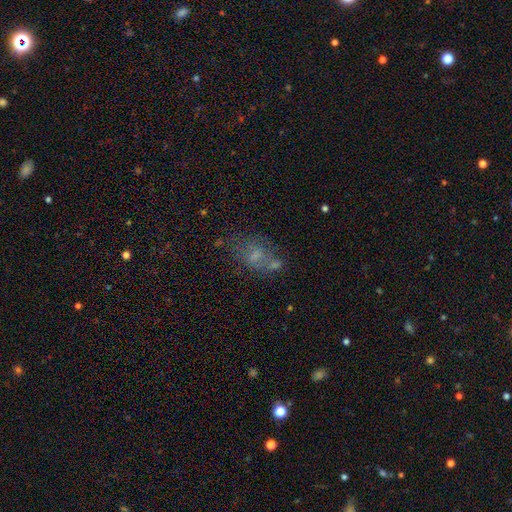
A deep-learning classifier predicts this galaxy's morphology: The model was most divided on "smooth or featured": smooth: 46%, featured or disk: 36%, star or artifact: 19%. Remaining: merging — none (43%).